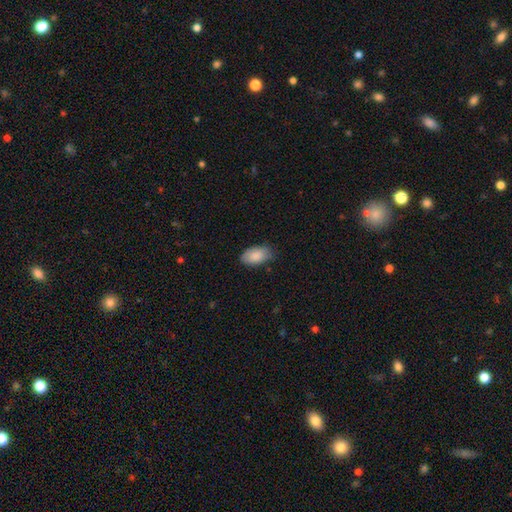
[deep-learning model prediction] Smooth or featured? Predicted: smooth (p=0.88). How rounded? Predicted: in between (p=0.94). Merging? Predicted: none (p=0.77).